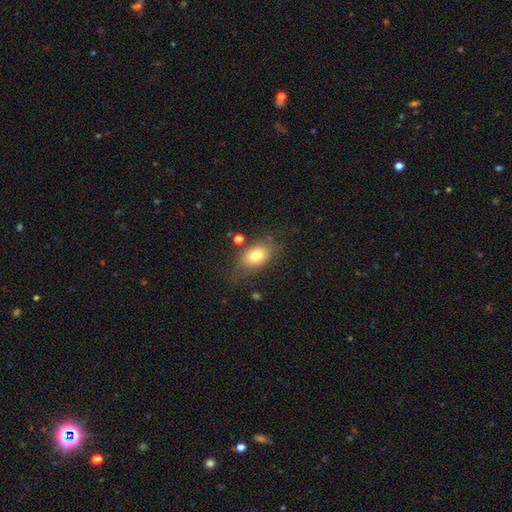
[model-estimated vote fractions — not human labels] Morphology: type=smooth (76%); roundness=in between (80%); merging=none (70%).